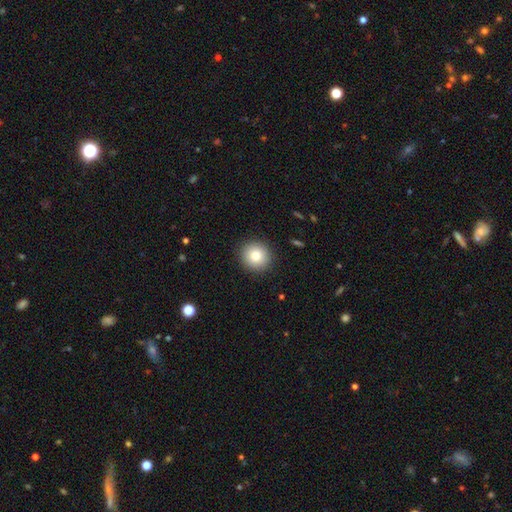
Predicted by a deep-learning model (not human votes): Overall: smooth (83%). How rounded: round (92%). Merging: none (91%).